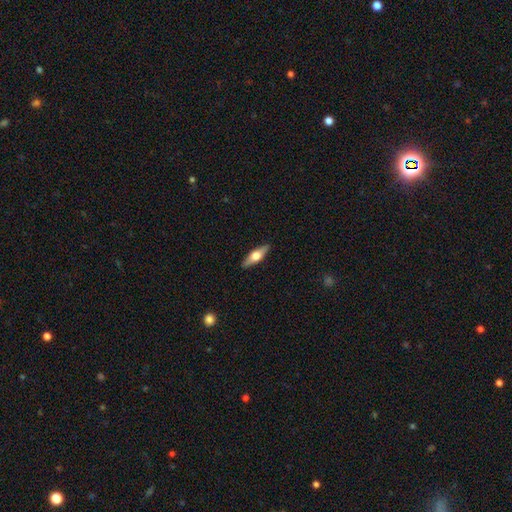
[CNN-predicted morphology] Overall: featured or disk (54%; smooth 40%). Edge-on disk: yes (93%). Edge-on bulge: rounded (94%). Merging: none (89%).